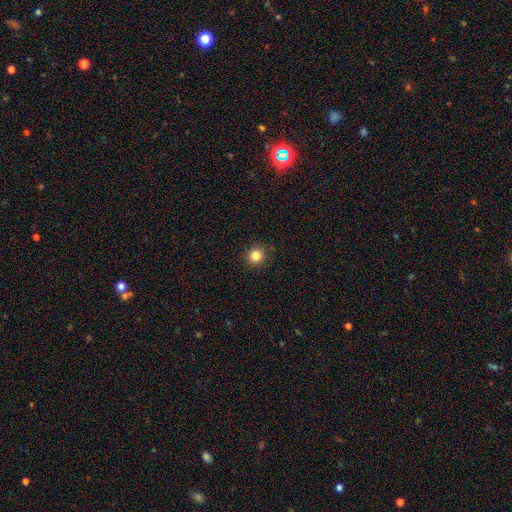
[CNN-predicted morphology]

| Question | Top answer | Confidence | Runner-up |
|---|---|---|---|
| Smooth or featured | smooth | 84% | star or artifact (11%) |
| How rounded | round | 91% | in between (8%) |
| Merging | none | 91% | minor disturbance (7%) |